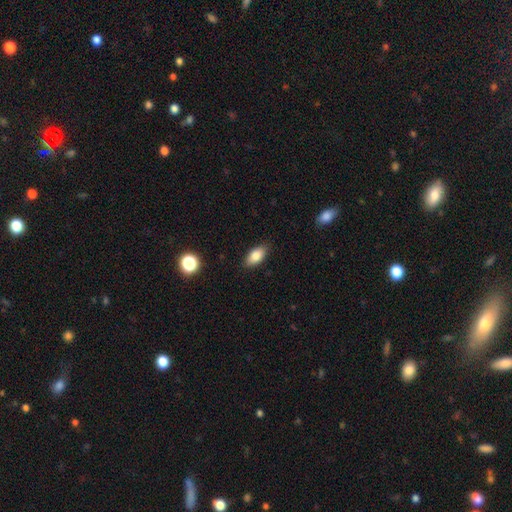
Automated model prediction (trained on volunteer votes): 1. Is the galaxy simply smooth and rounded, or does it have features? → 83% smooth, 9% featured or disk, 8% star or artifact.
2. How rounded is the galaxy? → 90% in between, 6% cigar-shaped, 4% round.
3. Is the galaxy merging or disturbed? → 86% none, 10% minor disturbance, 2% major disturbance, 1% merger.